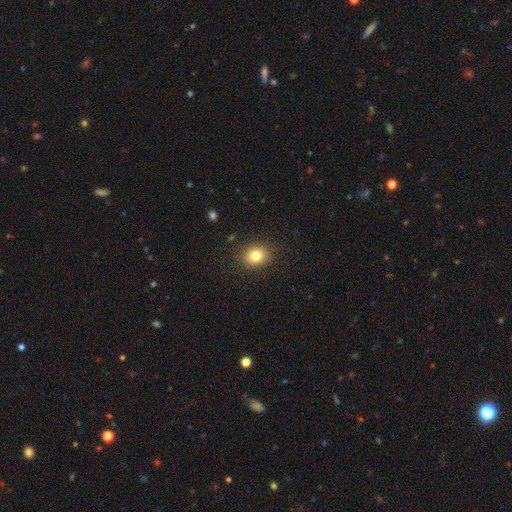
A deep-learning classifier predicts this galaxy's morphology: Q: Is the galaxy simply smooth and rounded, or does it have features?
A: smooth — 80%.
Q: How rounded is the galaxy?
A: round — 56%.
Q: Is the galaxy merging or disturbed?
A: none — 88%.